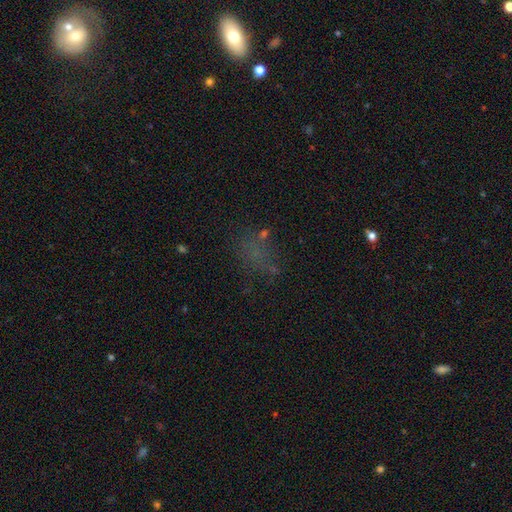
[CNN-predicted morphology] The model was most divided on "smooth or featured": smooth: 43%, star or artifact: 39%, featured or disk: 18%. More confident: merging — none (58%).